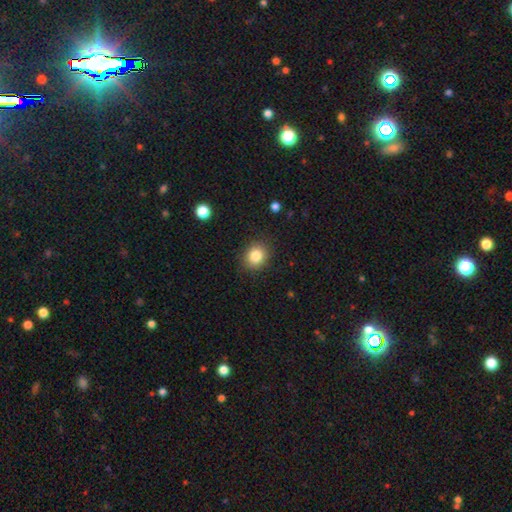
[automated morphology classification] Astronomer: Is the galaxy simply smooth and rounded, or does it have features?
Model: smooth — 84%.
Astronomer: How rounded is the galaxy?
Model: round — 68%.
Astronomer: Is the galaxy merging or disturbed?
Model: none — 87%.